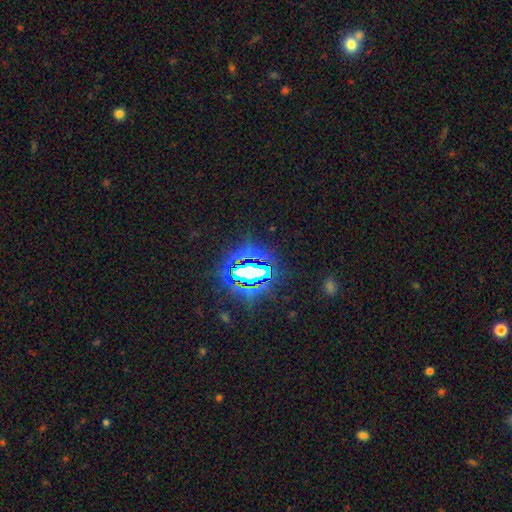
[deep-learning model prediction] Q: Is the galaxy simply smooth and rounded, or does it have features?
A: star or artifact — 85%.